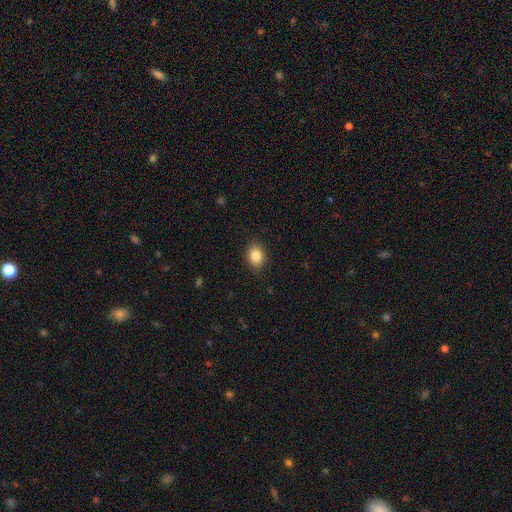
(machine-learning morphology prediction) The model was most divided on "how rounded": in between: 63%, round: 36%, cigar-shaped: 1%. More confident: merging — none (88%); smooth or featured — smooth (85%).